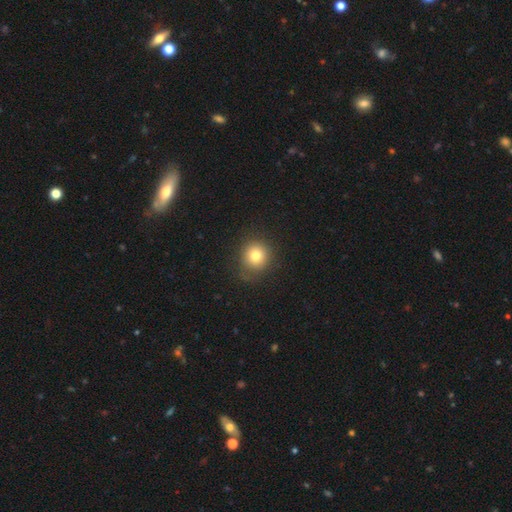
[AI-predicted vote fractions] Smooth or featured? Predicted: smooth (p=0.78). How rounded? Predicted: round (p=0.88). Merging? Predicted: none (p=0.81).